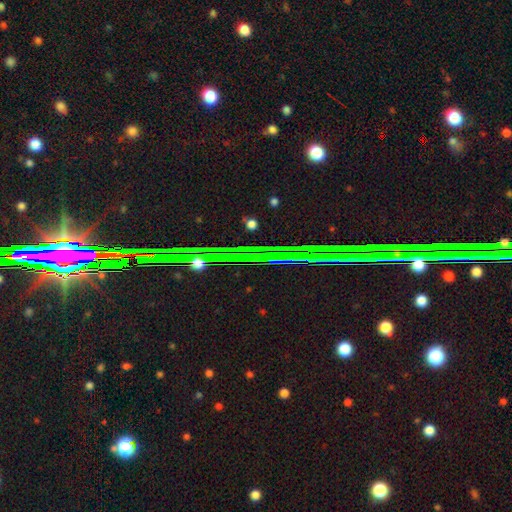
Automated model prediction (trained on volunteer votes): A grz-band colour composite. It shows a star or artifact, not a galaxy (85%).